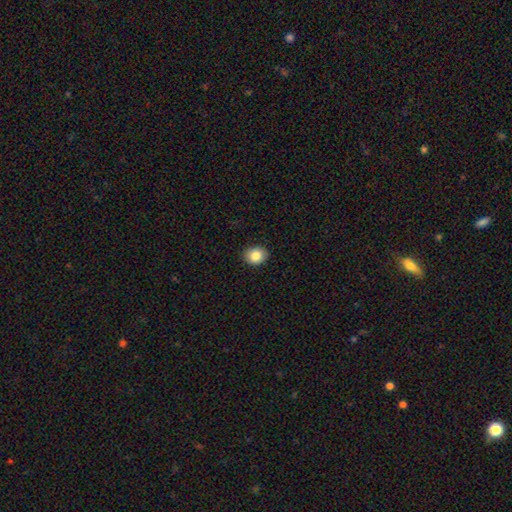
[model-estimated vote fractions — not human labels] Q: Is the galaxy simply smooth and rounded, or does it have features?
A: smooth — 84%.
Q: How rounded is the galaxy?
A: round — 54%.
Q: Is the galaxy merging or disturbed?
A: none — 90%.